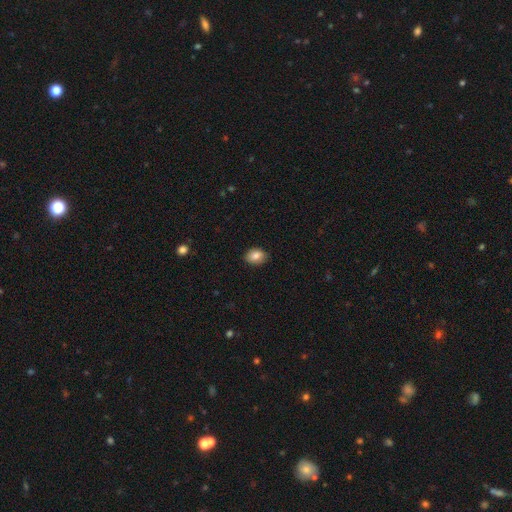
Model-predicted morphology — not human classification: A smooth galaxy with no disk features (84%) that is in between round and cigar-shaped (72%). Merging: none (85%).